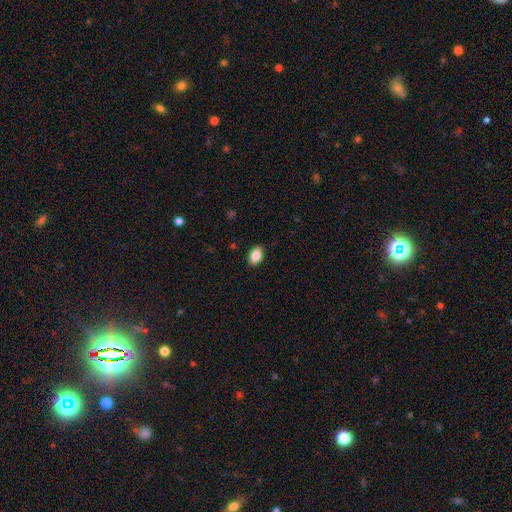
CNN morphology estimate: Smooth or featured? Predicted: smooth (p=0.87). How rounded? Predicted: in between (p=0.88). Merging? Predicted: none (p=0.89).